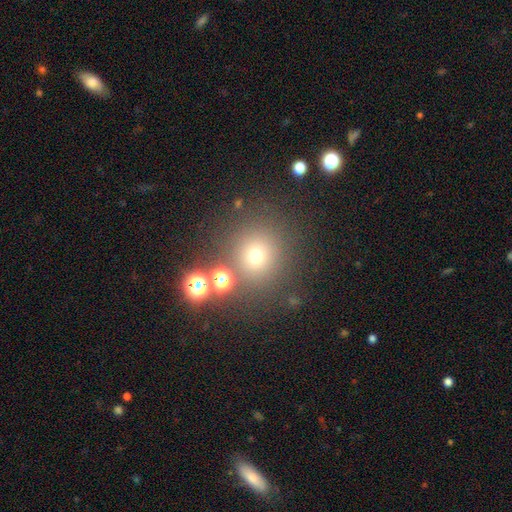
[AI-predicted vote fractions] This appears to be a smooth galaxy with no disk features (65%) that is round (91%). Merging: none (79%).